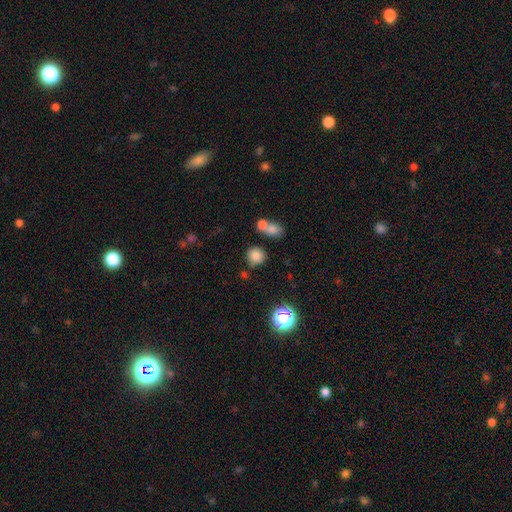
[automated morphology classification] Smooth or featured?
  - smooth: 80% *
  - star or artifact: 14%
  - featured or disk: 6%
How rounded?
  - round: 86% *
  - in between: 13%
  - cigar-shaped: 1%
Merging?
  - none: 70% *
  - merger: 15%
  - minor disturbance: 11%
  - major disturbance: 4%